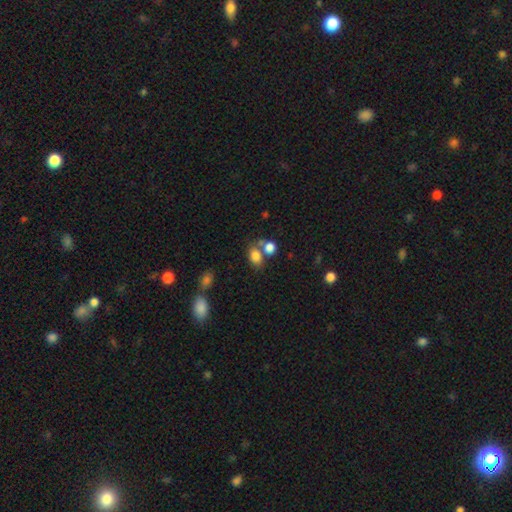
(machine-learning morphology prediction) Smooth or featured?
  - smooth: 80% *
  - star or artifact: 11%
  - featured or disk: 9%
How rounded?
  - in between: 67% *
  - round: 31%
  - cigar-shaped: 1%
Merging?
  - none: 49% *
  - merger: 34%
  - minor disturbance: 12%
  - major disturbance: 6%